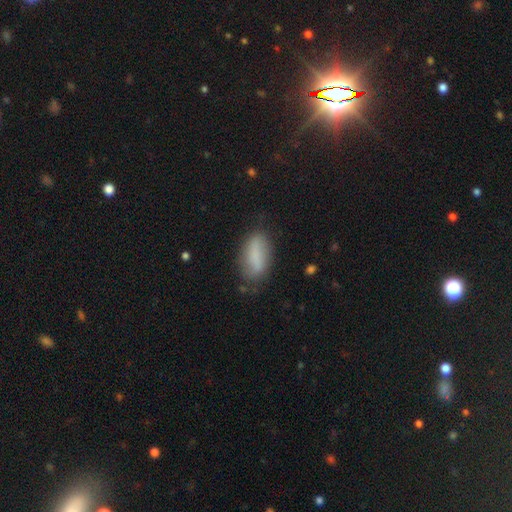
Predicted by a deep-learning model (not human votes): This appears to be a smooth galaxy with no disk features (74%) that is in between round and cigar-shaped (81%). Merging: none (70%).